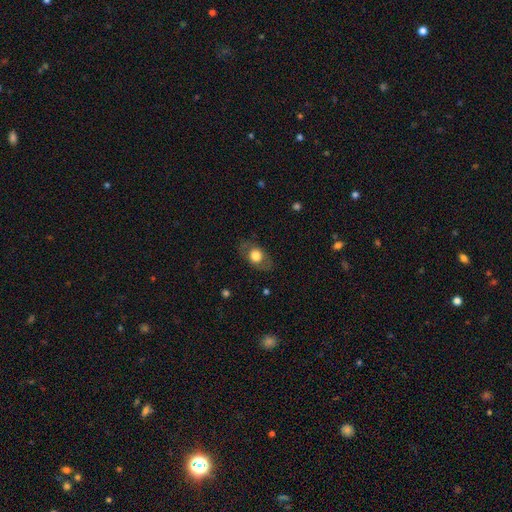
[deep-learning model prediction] smooth_or_featured: smooth (p=0.65) [alt: featured or disk p=0.27]
how_rounded: in between (p=0.69) [alt: round p=0.29]
merging: none (p=0.78) [alt: minor disturbance p=0.15]